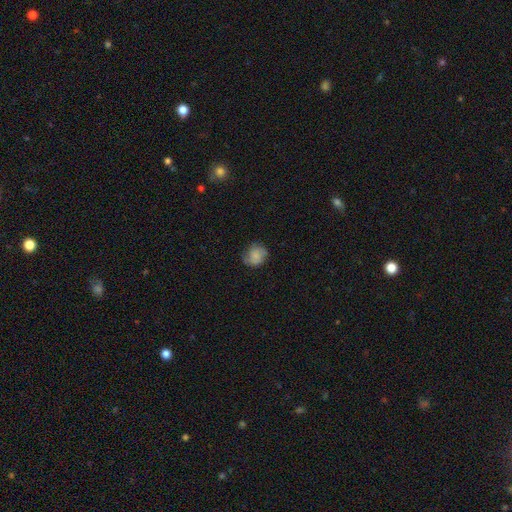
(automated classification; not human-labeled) Morphology: type=smooth (68%); roundness=round (72%); merging=none (70%).